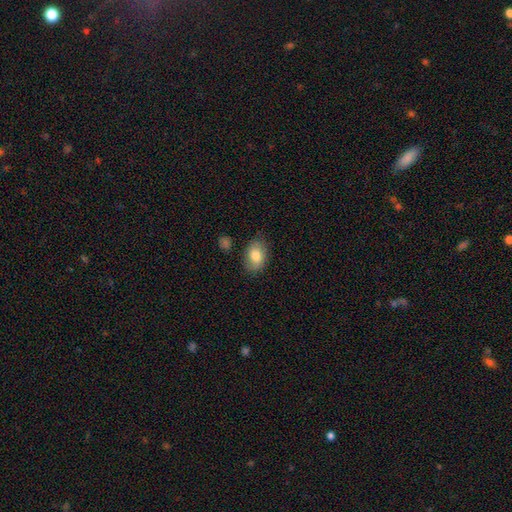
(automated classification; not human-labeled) smooth-or-featured: smooth: 80% | featured or disk: 13% | star or artifact: 7%
  how-rounded: in between: 84% | round: 15% | cigar-shaped: 1%
  merging: none: 78% | minor disturbance: 16% | major disturbance: 3% | merger: 2%